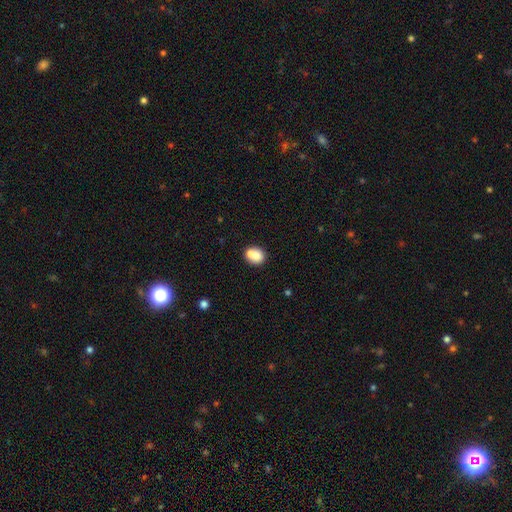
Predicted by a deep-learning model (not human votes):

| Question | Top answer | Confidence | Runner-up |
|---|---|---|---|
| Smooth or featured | smooth | 76% | featured or disk (15%) |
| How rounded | round | 62% | in between (37%) |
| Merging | none | 47% | merger (38%) |